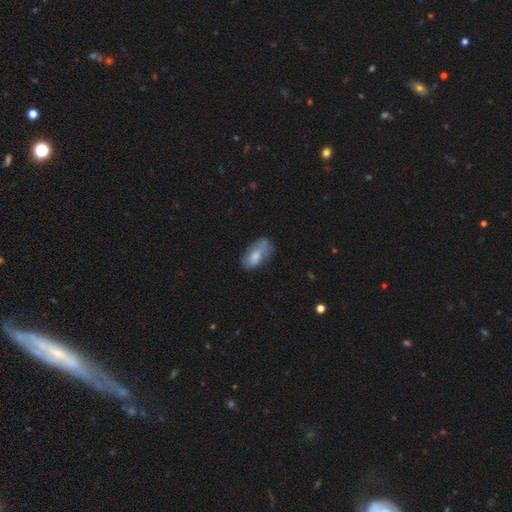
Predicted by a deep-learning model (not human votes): This appears to be a smooth galaxy with no disk features (71%) that is in between round and cigar-shaped (90%). Merging: none (49%).